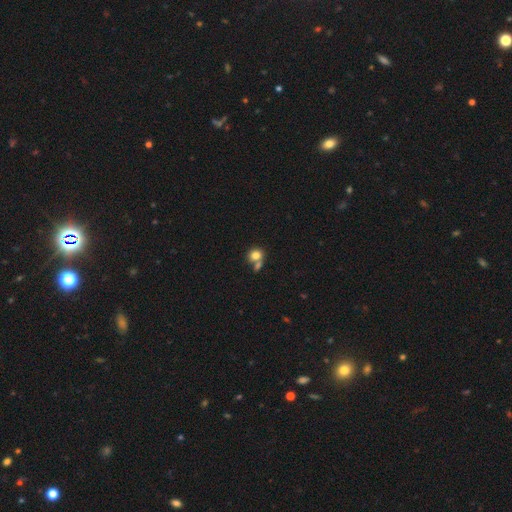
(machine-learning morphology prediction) Smooth or featured? smooth (80%)
How rounded? round (72%)
Merging? none (44%)